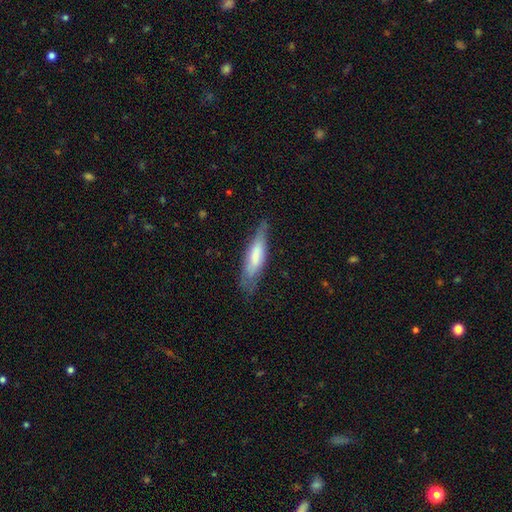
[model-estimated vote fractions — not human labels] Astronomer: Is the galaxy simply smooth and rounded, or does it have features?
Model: smooth — 60%.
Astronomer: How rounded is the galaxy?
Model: cigar-shaped — 67%.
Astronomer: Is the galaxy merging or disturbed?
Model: none — 67%.